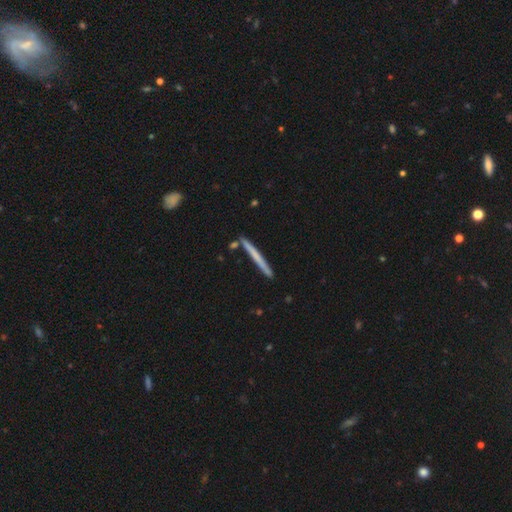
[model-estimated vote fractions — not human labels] This appears to be a smooth galaxy with no disk features (56%) that is cigar-shaped (97%). Merging: none (87%).